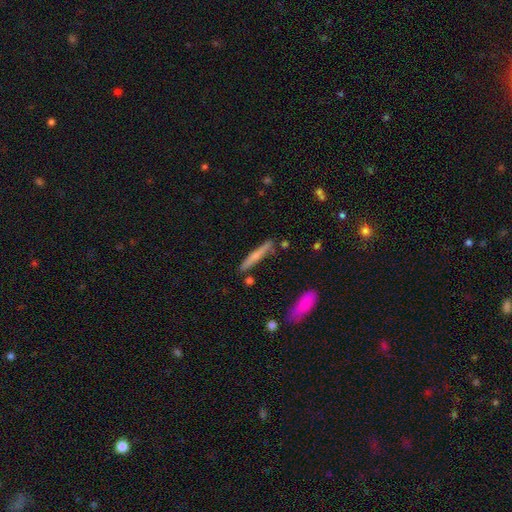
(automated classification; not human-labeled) This is possibly a smooth galaxy (55%). How rounded: clearly cigar-shaped (93%). Merging: clearly none (83%).